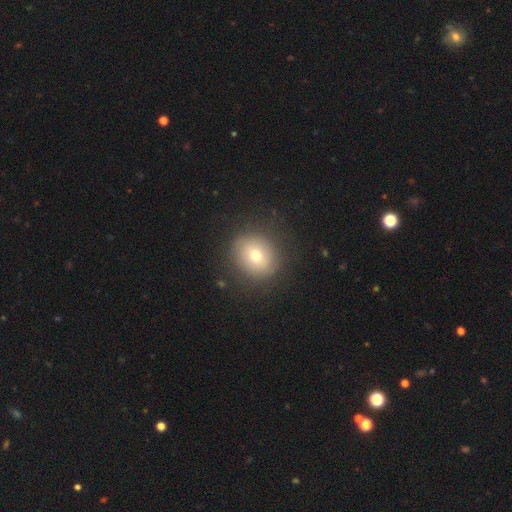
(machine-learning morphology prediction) This is likely a smooth galaxy (69%). How rounded: likely round (79%). Merging: clearly none (84%).